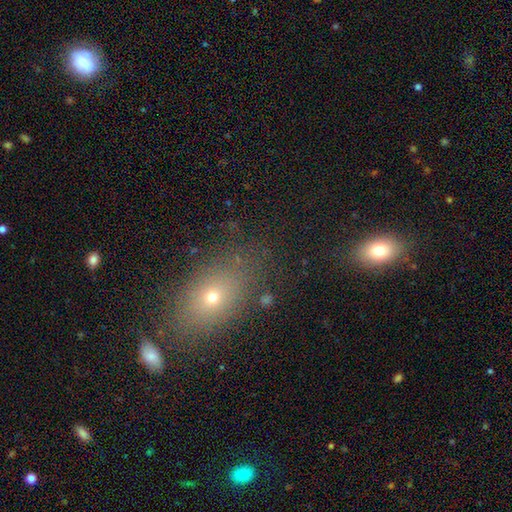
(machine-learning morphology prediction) smooth 62%, star or artifact 21%, featured or disk 17%. Down the decision tree: how rounded — in between (75%); merging — none (75%).